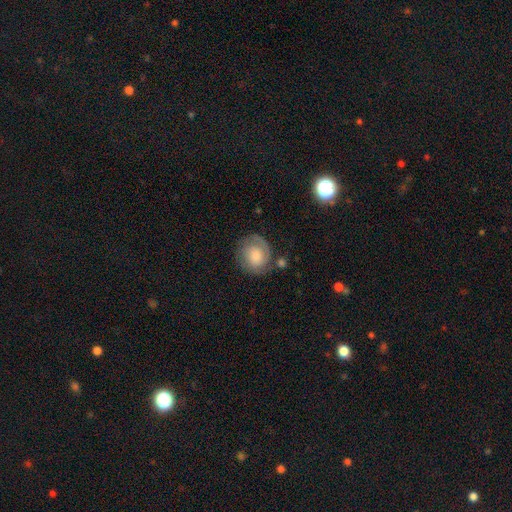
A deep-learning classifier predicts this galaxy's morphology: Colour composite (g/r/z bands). It shows a featured or disk galaxy (51%). Merging: none (69%).